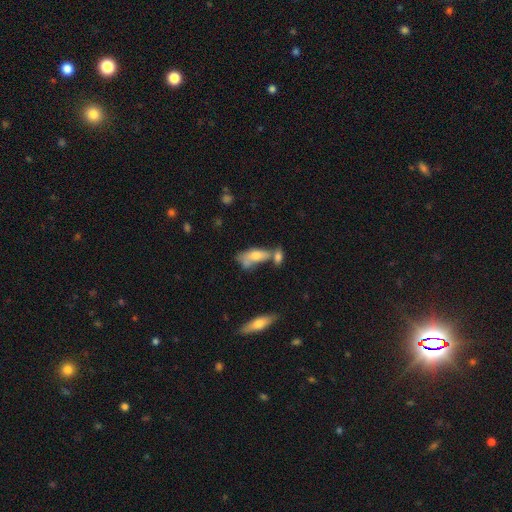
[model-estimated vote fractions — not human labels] smooth_or_featured: smooth (p=0.53) [alt: featured or disk p=0.36]
how_rounded: in between (p=0.69) [alt: cigar-shaped p=0.27]
merging: merger (p=0.39) [alt: none p=0.33]